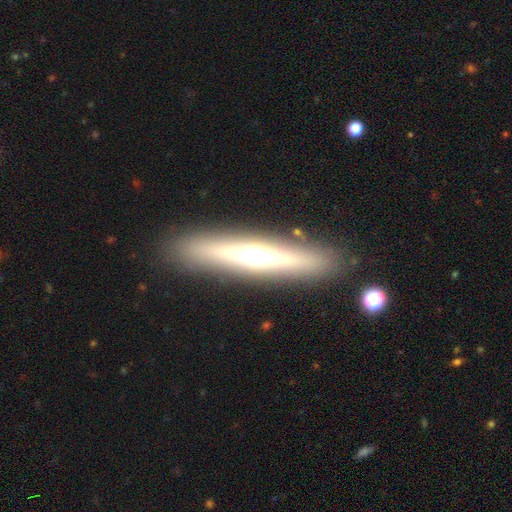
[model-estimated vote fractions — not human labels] Overall: featured or disk (63%; smooth 29%). Edge-on disk: yes (93%). Edge-on bulge: rounded (85%). Merging: none (88%).